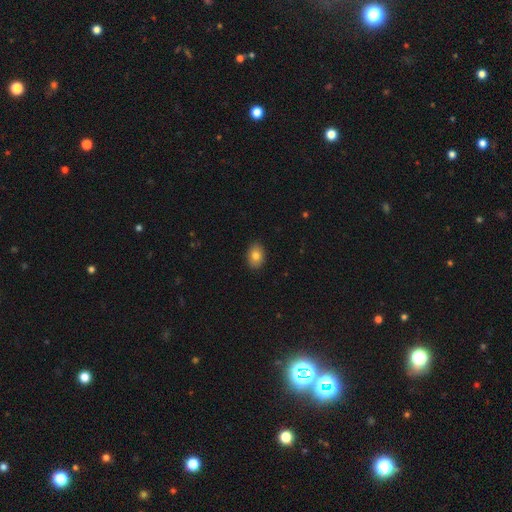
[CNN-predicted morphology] smooth 81%, featured or disk 10%, star or artifact 9%. Down the decision tree: how rounded — in between (77%); merging — none (89%).